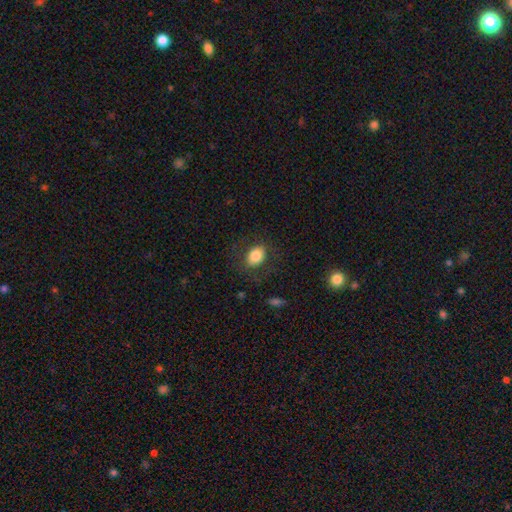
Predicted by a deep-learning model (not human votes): Morphology: type=smooth (81%); roundness=in between (68%); merging=none (76%).